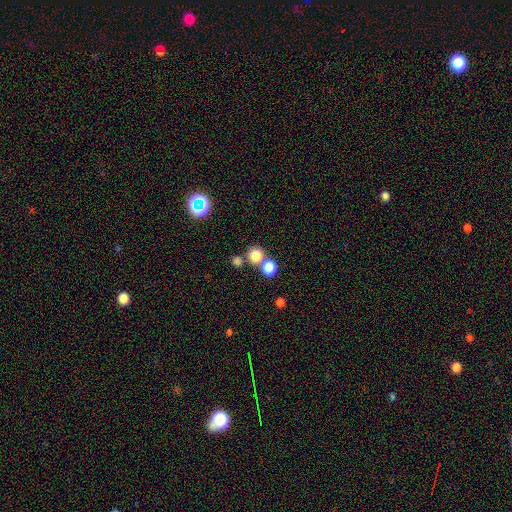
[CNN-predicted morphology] Smooth or featured: smooth — 79% (star or artifact — 14%)
How rounded: round — 87% (in between — 12%)
Merging: none — 58% (merger — 32%)